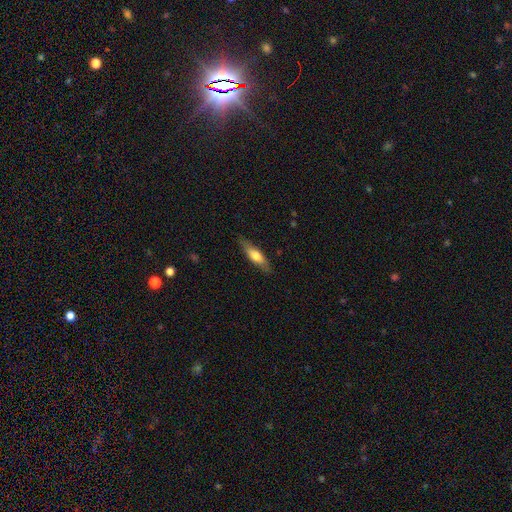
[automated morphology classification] Smooth or featured? smooth (59%)
How rounded? cigar-shaped (62%)
Merging? none (84%)